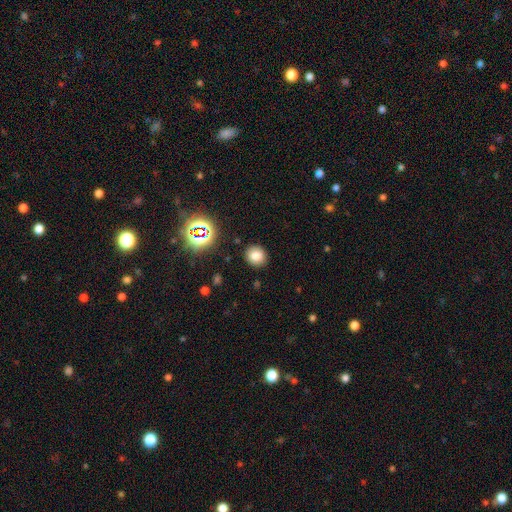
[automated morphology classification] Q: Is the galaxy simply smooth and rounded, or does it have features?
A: smooth — 77%.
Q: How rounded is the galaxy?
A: round — 80%.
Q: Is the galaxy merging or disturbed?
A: none — 88%.